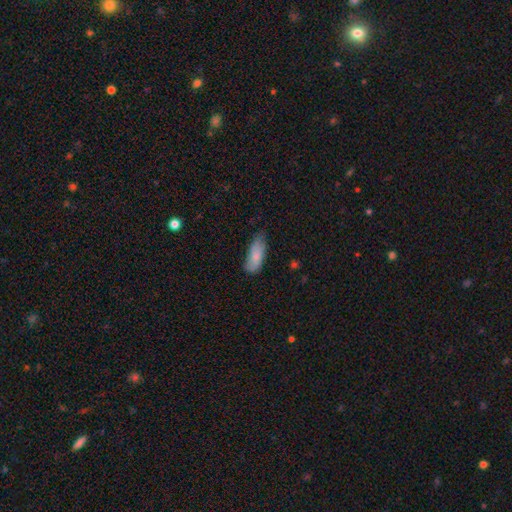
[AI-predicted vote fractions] Q: Smooth or featured?
A: smooth (81%); runner-up: featured or disk (13%)
Q: How rounded?
A: in between (76%); runner-up: cigar-shaped (22%)
Q: Merging?
A: none (53%); runner-up: minor disturbance (37%)